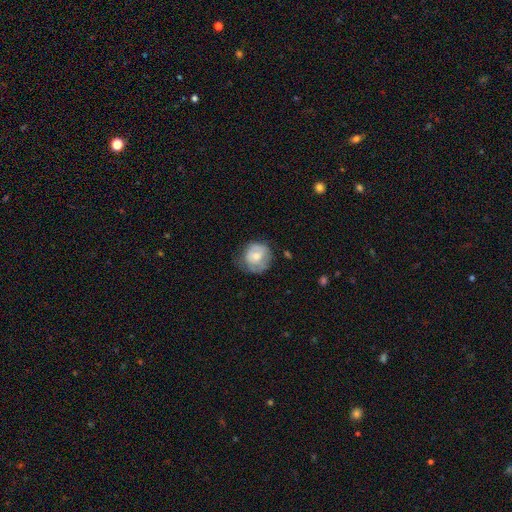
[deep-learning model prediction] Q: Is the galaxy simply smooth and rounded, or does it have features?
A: smooth — 55%.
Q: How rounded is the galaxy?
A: round — 82%.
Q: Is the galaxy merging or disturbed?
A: none — 54%.